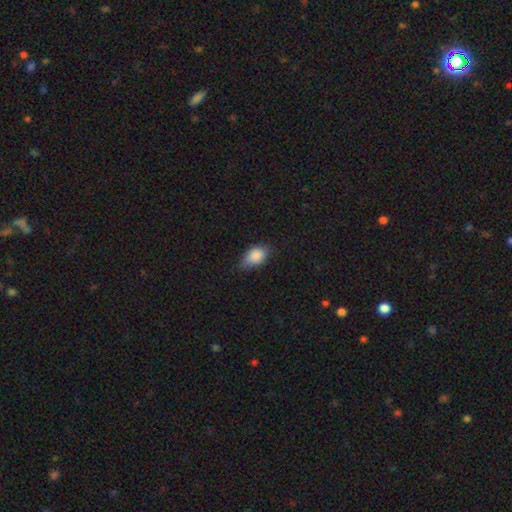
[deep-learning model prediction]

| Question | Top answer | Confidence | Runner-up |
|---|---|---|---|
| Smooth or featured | smooth | 86% | star or artifact (8%) |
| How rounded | in between | 87% | round (11%) |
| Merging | none | 58% | minor disturbance (35%) |